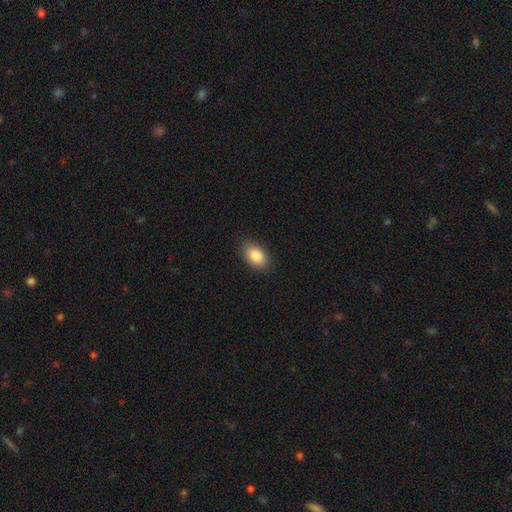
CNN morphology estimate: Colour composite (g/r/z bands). It shows a smooth galaxy with no disk features (87%) that is in between round and cigar-shaped (91%). Merging: none (87%).